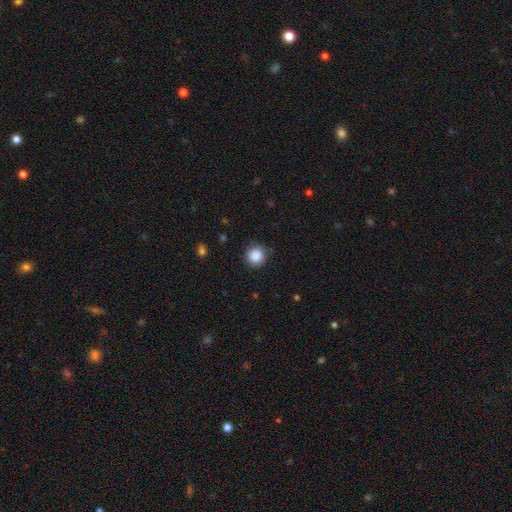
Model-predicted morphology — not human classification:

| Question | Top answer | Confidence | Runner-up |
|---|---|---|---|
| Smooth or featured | smooth | 87% | star or artifact (9%) |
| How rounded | round | 92% | in between (7%) |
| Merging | none | 83% | minor disturbance (13%) |